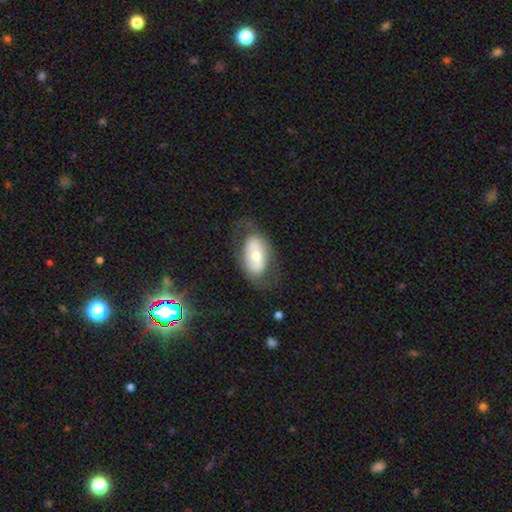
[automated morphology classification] Smooth or featured: featured or disk — 48% (smooth — 45%)
Merging: none — 66% (minor disturbance — 18%)